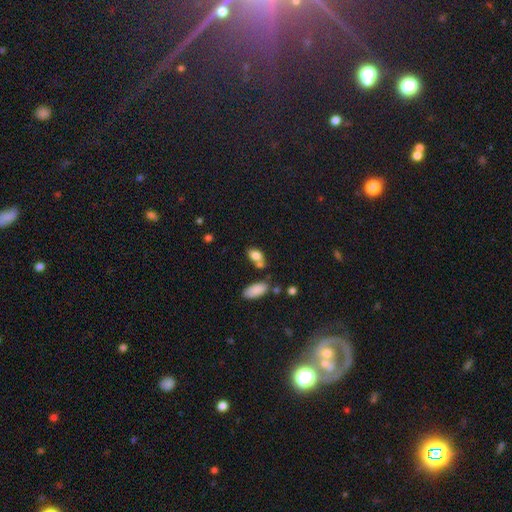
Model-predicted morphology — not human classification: A smooth galaxy with no disk features (80%) that is in between round and cigar-shaped (85%). Merging: none (47%).